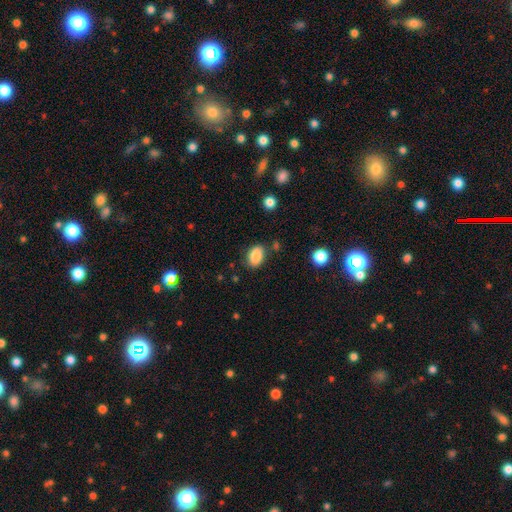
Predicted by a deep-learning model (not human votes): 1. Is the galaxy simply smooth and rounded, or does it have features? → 87% smooth, 8% star or artifact, 4% featured or disk.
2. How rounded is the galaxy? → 82% in between, 17% round, 1% cigar-shaped.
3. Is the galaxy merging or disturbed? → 78% none, 14% minor disturbance, 4% major disturbance, 4% merger.